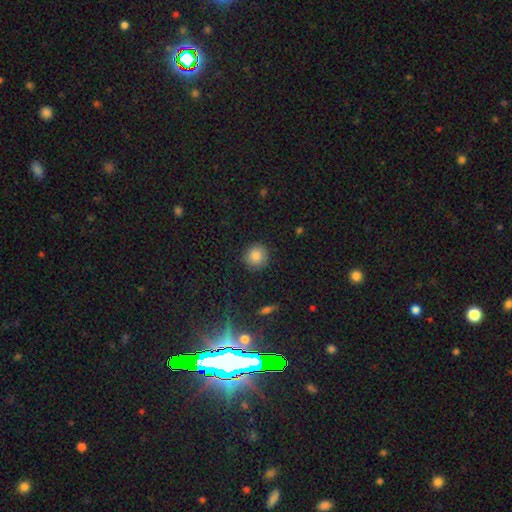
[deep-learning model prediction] smooth 84%, star or artifact 10%, featured or disk 6%. Down the decision tree: how rounded — round (90%); merging — none (88%).